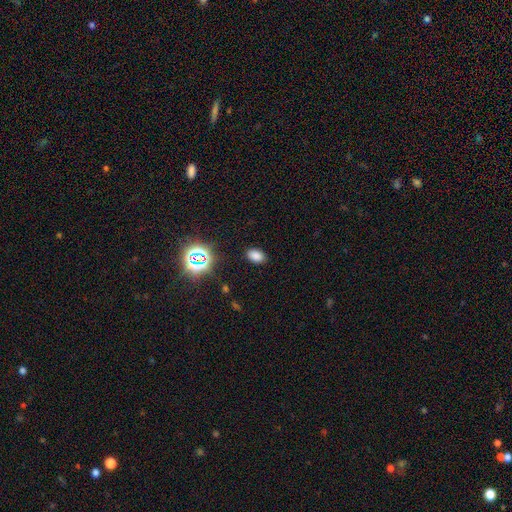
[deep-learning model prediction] The model was most divided on "smooth or featured": smooth: 76%, star or artifact: 19%, featured or disk: 5%. More confident: merging — none (87%); how rounded — in between (87%).